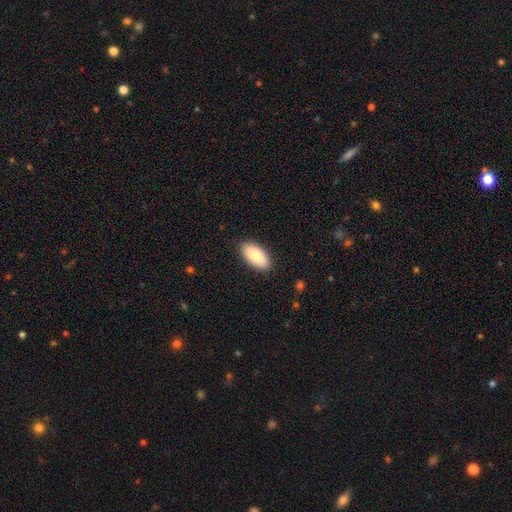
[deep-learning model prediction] The model was most divided on "smooth or featured": smooth: 84%, featured or disk: 10%, star or artifact: 6%. More confident: how rounded — in between (92%); merging — none (88%).